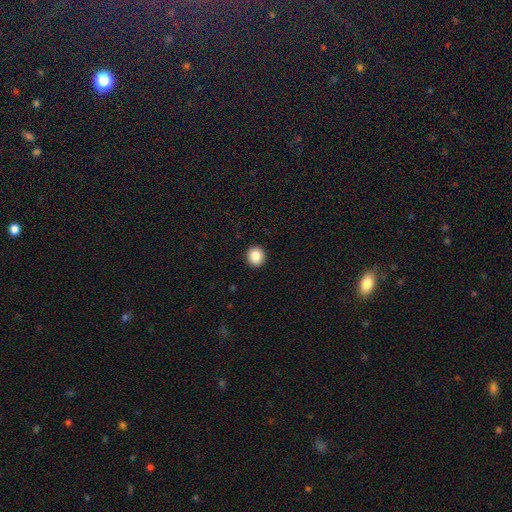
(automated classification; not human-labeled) Overall: smooth (87%). How rounded: round (86%). Merging: none (93%).